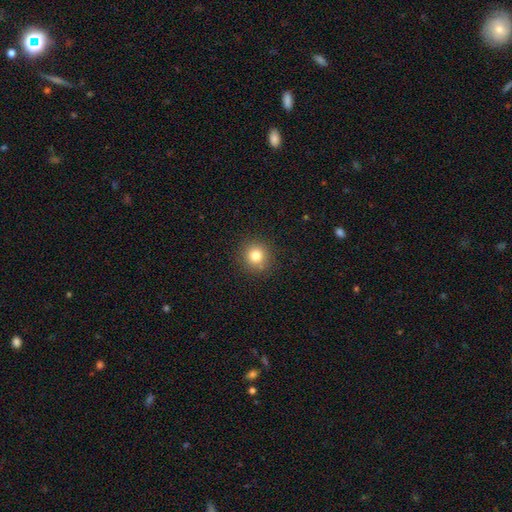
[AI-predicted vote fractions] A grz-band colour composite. It shows a smooth galaxy with no disk features (81%) that is round (92%). Merging: none (88%).